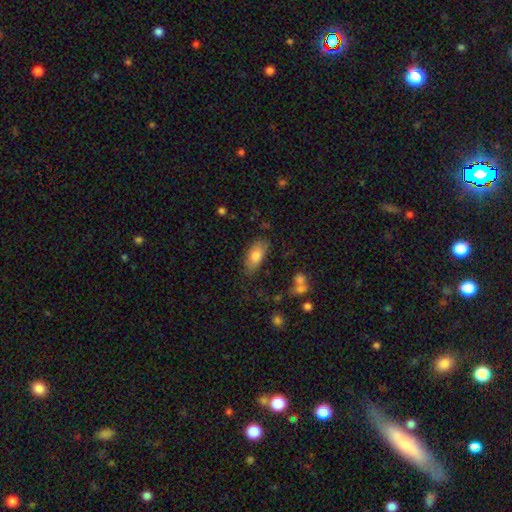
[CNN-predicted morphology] The model was most divided on "merging": none: 76%, minor disturbance: 17%, major disturbance: 4%, merger: 2%. More confident: how rounded — in between (88%); smooth or featured — smooth (79%).